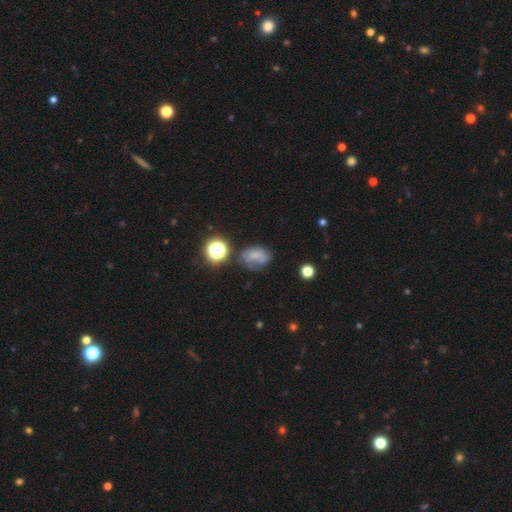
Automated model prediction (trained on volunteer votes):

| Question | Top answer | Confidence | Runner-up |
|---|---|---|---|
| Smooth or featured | smooth | 50% | featured or disk (31%) |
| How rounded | in between | 68% | round (30%) |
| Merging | none | 43% | minor disturbance (28%) |